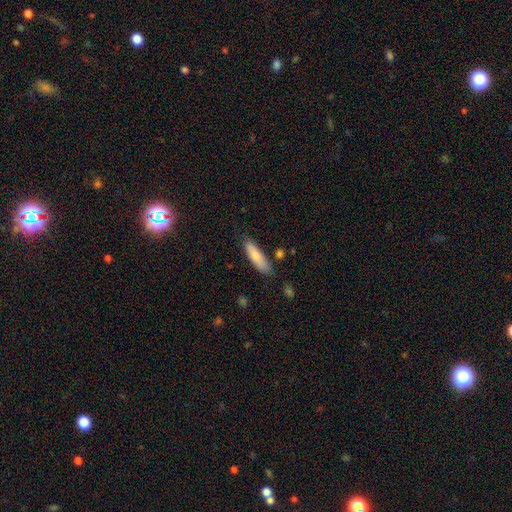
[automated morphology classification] This is likely a smooth galaxy (79%). How rounded: likely cigar-shaped (64%). Merging: likely none (79%).